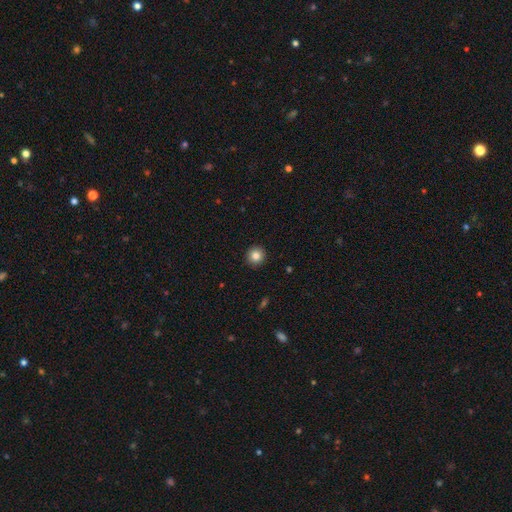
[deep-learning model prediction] This appears to be a smooth galaxy with no disk features (85%) that is round (95%). Merging: none (93%).